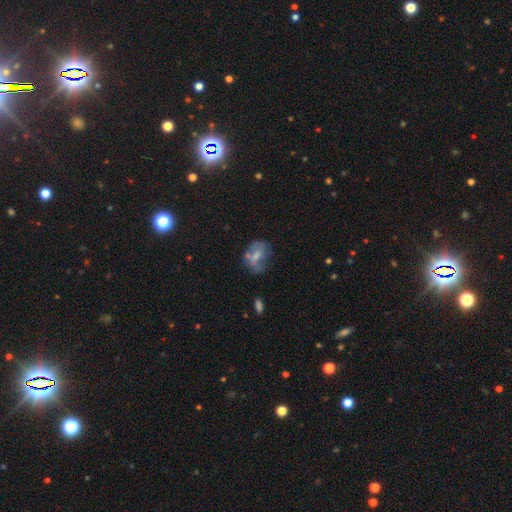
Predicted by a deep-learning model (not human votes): Overall: featured or disk (48%; smooth 41%). Merging: none (36%; major disturbance 27%).